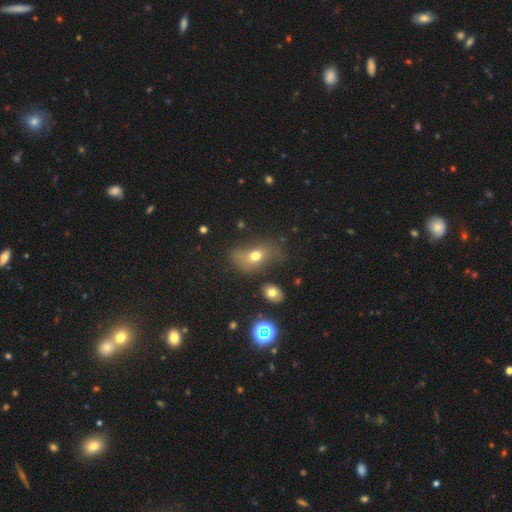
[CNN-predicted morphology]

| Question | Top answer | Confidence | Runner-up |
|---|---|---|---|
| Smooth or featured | smooth | 64% | featured or disk (20%) |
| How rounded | in between | 76% | round (20%) |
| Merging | none | 51% | minor disturbance (24%) |